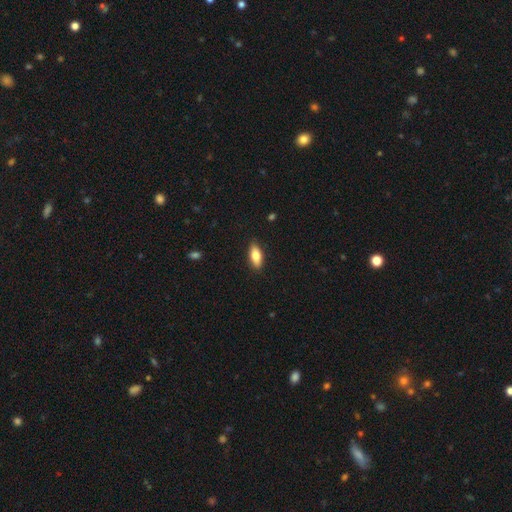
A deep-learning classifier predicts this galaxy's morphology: Smooth or featured?
  - smooth: 76% *
  - featured or disk: 17%
  - star or artifact: 6%
How rounded?
  - in between: 79% *
  - cigar-shaped: 18%
  - round: 3%
Merging?
  - none: 88% *
  - minor disturbance: 9%
  - major disturbance: 2%
  - merger: 1%